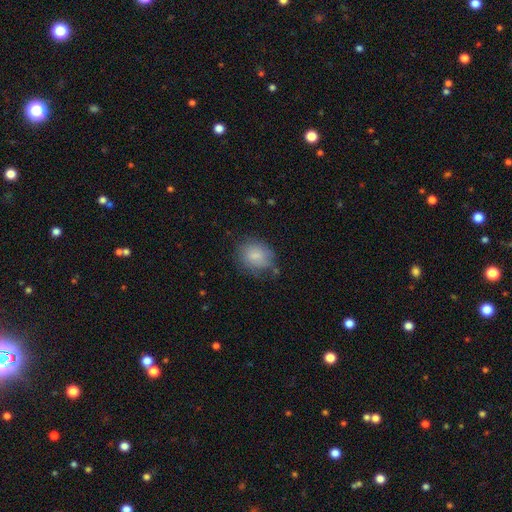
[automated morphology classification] Q: Smooth or featured?
A: smooth (82%); runner-up: featured or disk (11%)
Q: How rounded?
A: round (57%); runner-up: in between (42%)
Q: Merging?
A: none (67%); runner-up: minor disturbance (23%)